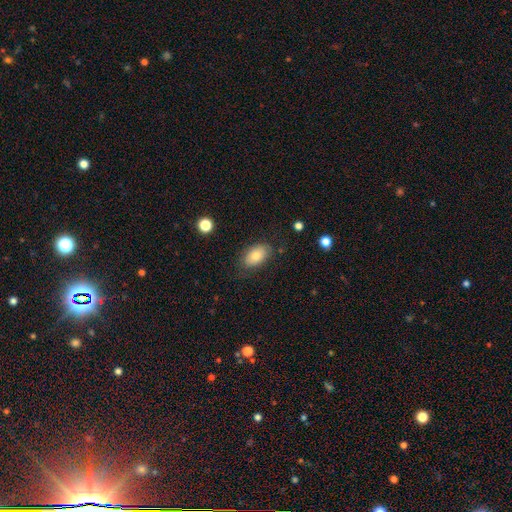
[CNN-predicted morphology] type=smooth (78%); roundness=in between (90%); merging=none (78%).